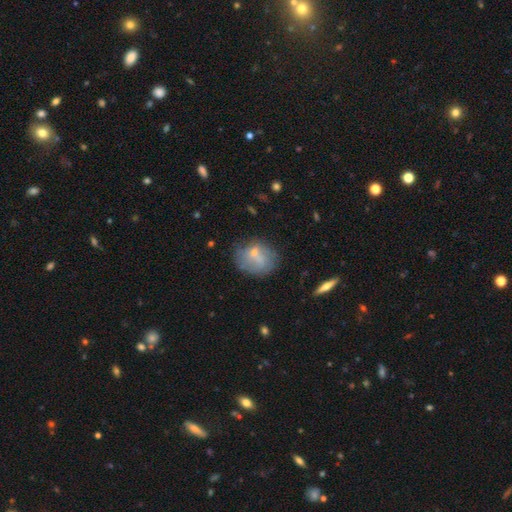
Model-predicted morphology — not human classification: A smooth galaxy with no disk features (56%) that is round (59%). Merging: none (54%).